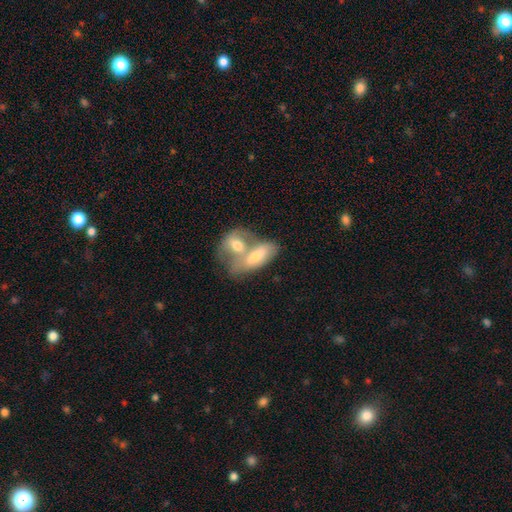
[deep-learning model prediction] Q: Smooth or featured?
A: smooth (65%); runner-up: featured or disk (29%)
Q: How rounded?
A: in between (81%); runner-up: cigar-shaped (12%)
Q: Merging?
A: merger (72%); runner-up: none (16%)